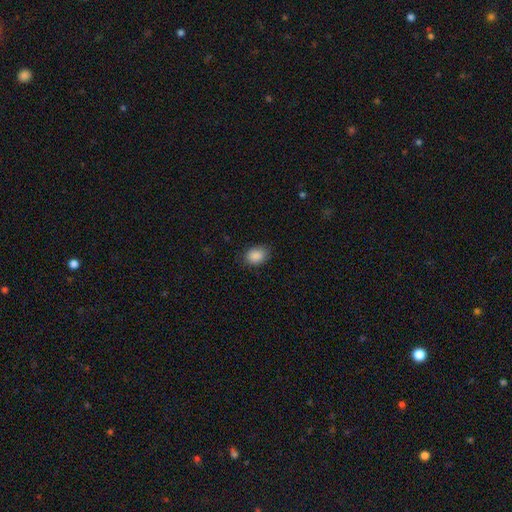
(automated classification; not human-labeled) A smooth galaxy with no disk features (89%) that is in between round and cigar-shaped (74%).

Vote fractions:
- Smooth or featured? smooth: 89% / star or artifact: 8% / featured or disk: 4%
- How rounded? in between: 74% / round: 25% / cigar-shaped: 1%
- Merging? none: 83% / minor disturbance: 13% / major disturbance: 3% / merger: 1%